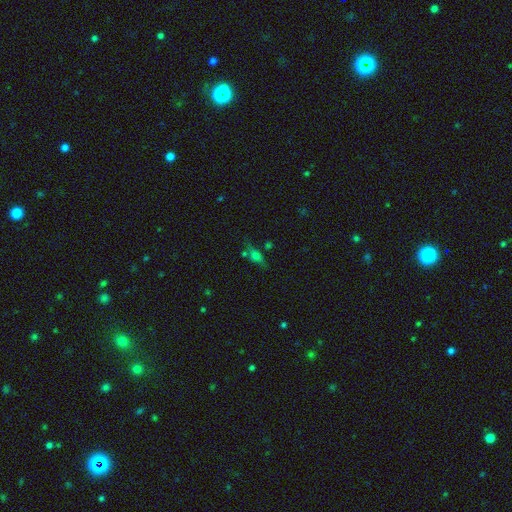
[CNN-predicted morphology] Smooth or featured?
  - smooth: 53% *
  - featured or disk: 24%
  - star or artifact: 23%
How rounded?
  - in between: 64% *
  - cigar-shaped: 25%
  - round: 11%
Merging?
  - none: 59% *
  - minor disturbance: 19%
  - merger: 13%
  - major disturbance: 10%